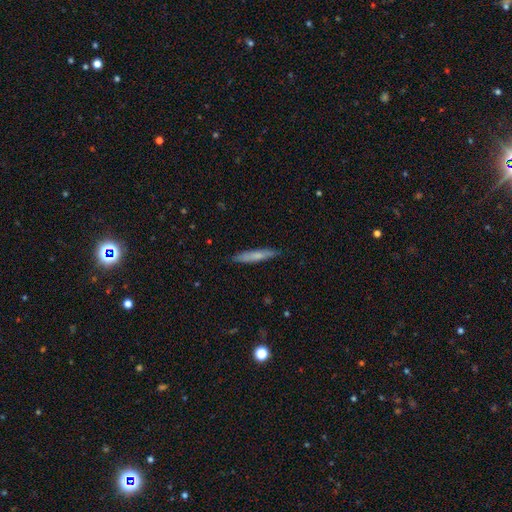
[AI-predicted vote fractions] Smooth or featured?
  - smooth: 68% *
  - featured or disk: 26%
  - star or artifact: 6%
How rounded?
  - cigar-shaped: 92% *
  - in between: 6%
  - round: 1%
Merging?
  - none: 88% *
  - minor disturbance: 9%
  - major disturbance: 2%
  - merger: 1%